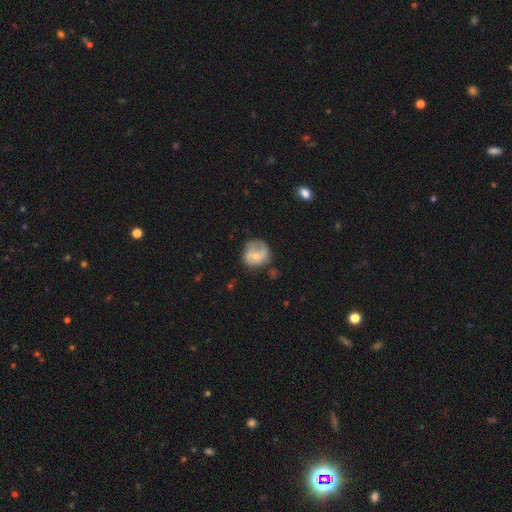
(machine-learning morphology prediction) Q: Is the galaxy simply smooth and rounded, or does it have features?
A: smooth — 49%.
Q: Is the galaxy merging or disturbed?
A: none — 51%.